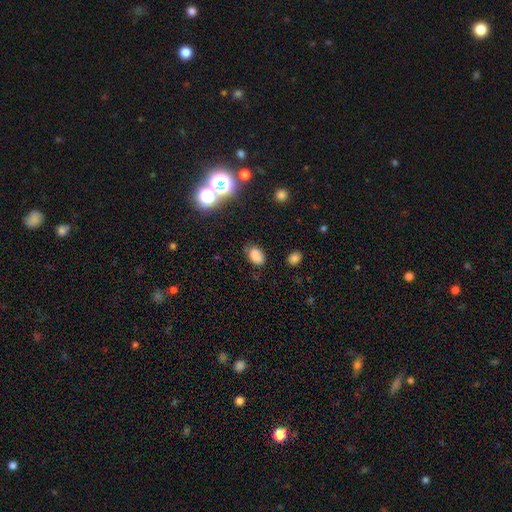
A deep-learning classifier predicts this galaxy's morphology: smooth_or_featured: smooth (p=0.80) [alt: star or artifact p=0.14]
how_rounded: in between (p=0.86) [alt: round p=0.13]
merging: none (p=0.73) [alt: minor disturbance p=0.20]